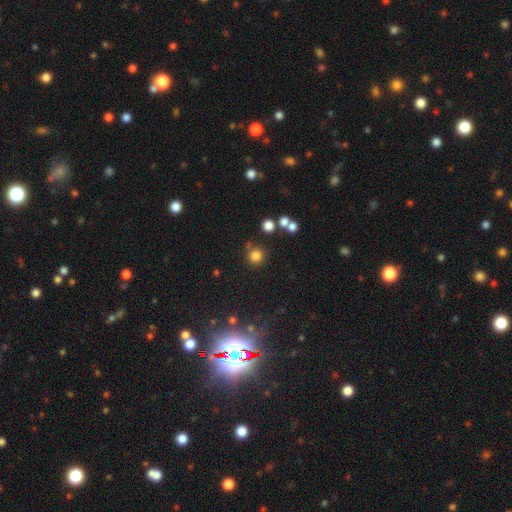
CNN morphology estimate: This is likely a smooth galaxy (79%). How rounded: clearly round (93%). Merging: likely none (76%).